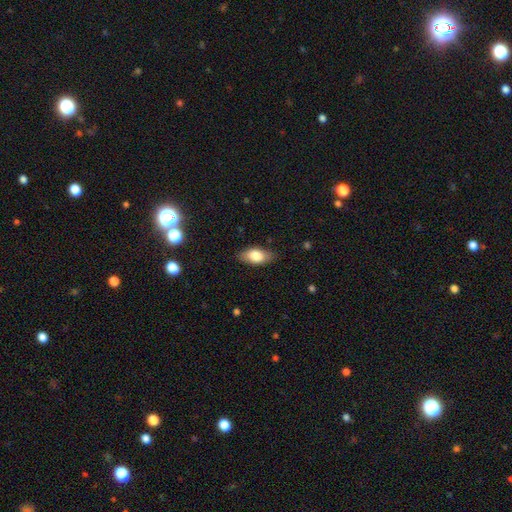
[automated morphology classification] Smooth or featured? Predicted: smooth (p=0.77). How rounded? Predicted: in between (p=0.88). Merging? Predicted: none (p=0.84).